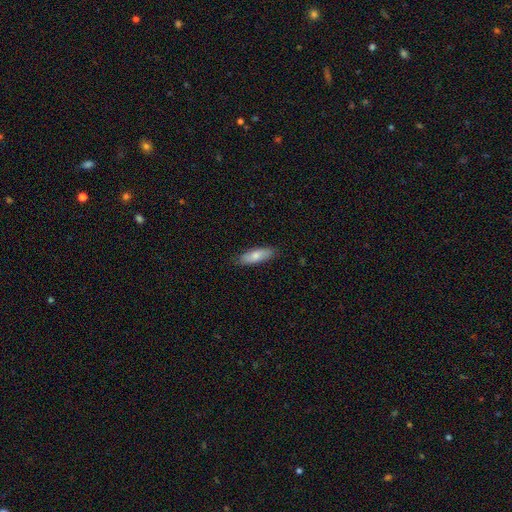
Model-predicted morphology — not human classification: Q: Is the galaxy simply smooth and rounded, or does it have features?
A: smooth — 75%.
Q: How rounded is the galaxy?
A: in between — 64%.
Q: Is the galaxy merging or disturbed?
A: none — 84%.